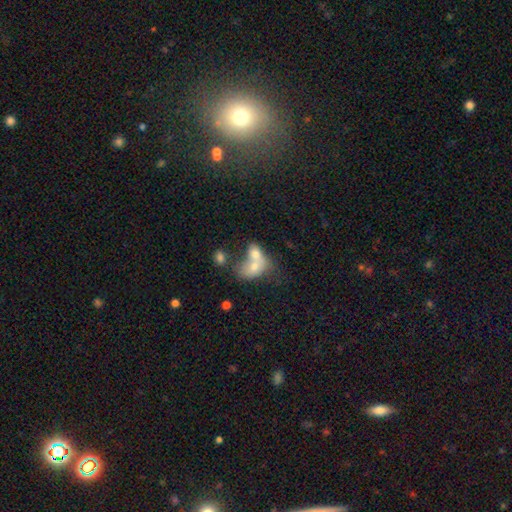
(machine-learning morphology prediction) smooth-or-featured: smooth: 64% | featured or disk: 26% | star or artifact: 10%
  how-rounded: in between: 78% | round: 20% | cigar-shaped: 2%
  merging: merger: 70% | none: 16% | minor disturbance: 7% | major disturbance: 6%